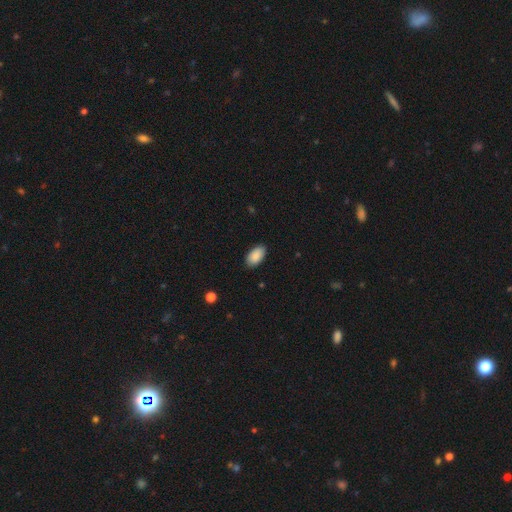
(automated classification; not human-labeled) This appears to be a smooth galaxy with no disk features (89%) that is in between round and cigar-shaped (95%). Merging: none (88%).